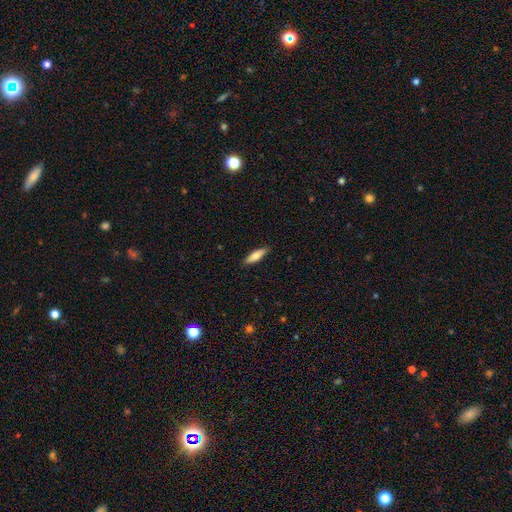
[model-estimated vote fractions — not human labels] smooth_or_featured: smooth (p=0.72) [alt: featured or disk p=0.22]
how_rounded: cigar-shaped (p=0.51) [alt: in between p=0.47]
merging: none (p=0.88) [alt: minor disturbance p=0.10]